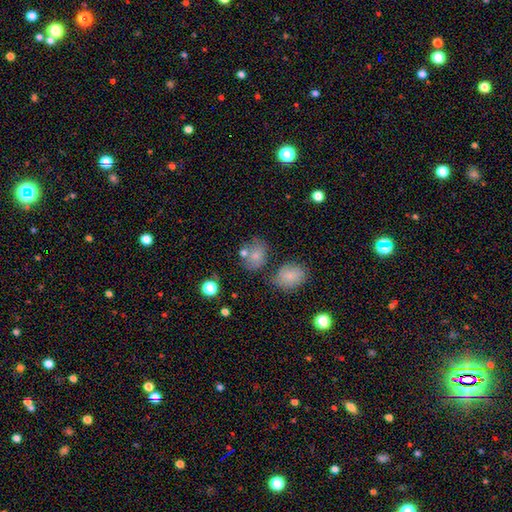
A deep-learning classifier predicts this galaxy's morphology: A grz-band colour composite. It shows a smooth galaxy with no disk features (75%) that is round (58%). Merging: none (52%).